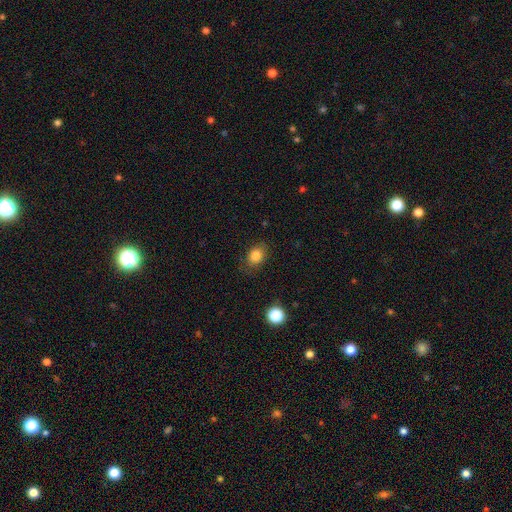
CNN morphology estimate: Q: Smooth or featured?
A: smooth (83%); runner-up: star or artifact (11%)
Q: How rounded?
A: in between (61%); runner-up: round (38%)
Q: Merging?
A: none (78%); runner-up: minor disturbance (16%)